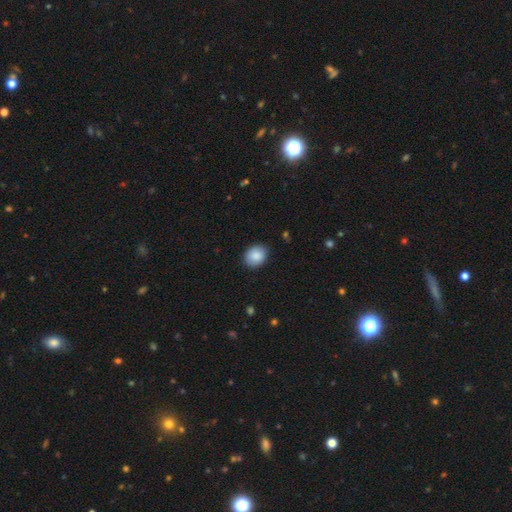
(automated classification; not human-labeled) Smooth or featured?
  - smooth: 88% *
  - star or artifact: 7%
  - featured or disk: 5%
How rounded?
  - round: 50% *
  - in between: 49%
  - cigar-shaped: 1%
Merging?
  - none: 87% *
  - minor disturbance: 10%
  - major disturbance: 2%
  - merger: 1%